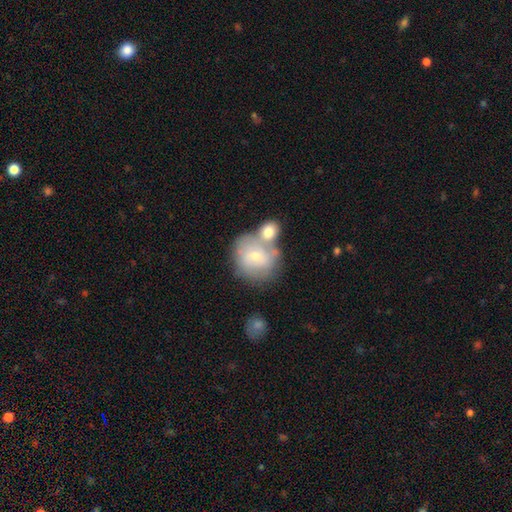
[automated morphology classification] smooth 60%, featured or disk 32%, star or artifact 8%. Down the decision tree: how rounded — round (80%); merging — merger (47%).